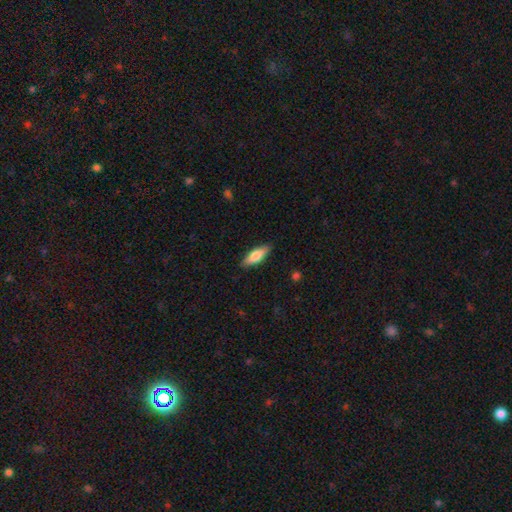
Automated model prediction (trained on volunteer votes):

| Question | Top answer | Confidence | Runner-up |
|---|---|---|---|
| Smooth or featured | smooth | 72% | featured or disk (22%) |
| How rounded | in between | 62% | cigar-shaped (36%) |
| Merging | none | 87% | minor disturbance (10%) |